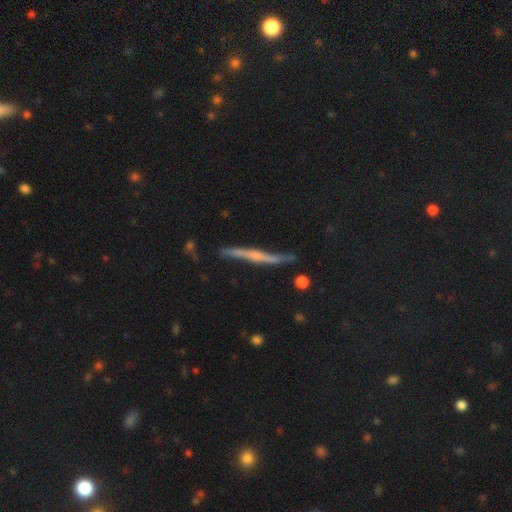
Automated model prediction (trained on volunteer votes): Morphology: type=featured or disk (67%); edge-on=yes (90%); edge-on bulge=none (50%); merging=none (71%).